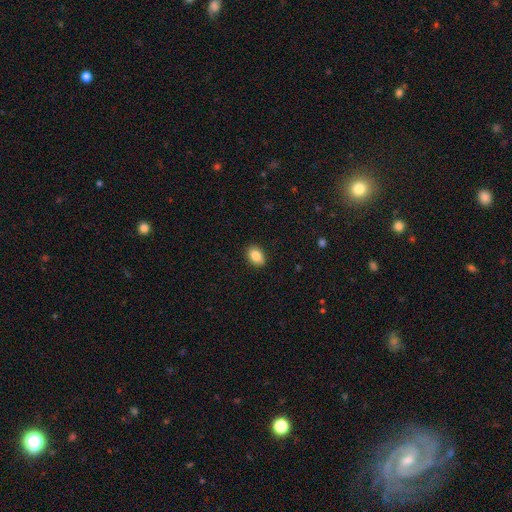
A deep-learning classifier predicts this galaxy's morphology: The model was most divided on "how rounded": in between: 80%, round: 19%, cigar-shaped: 1%. More confident: merging — none (89%); smooth or featured — smooth (85%).